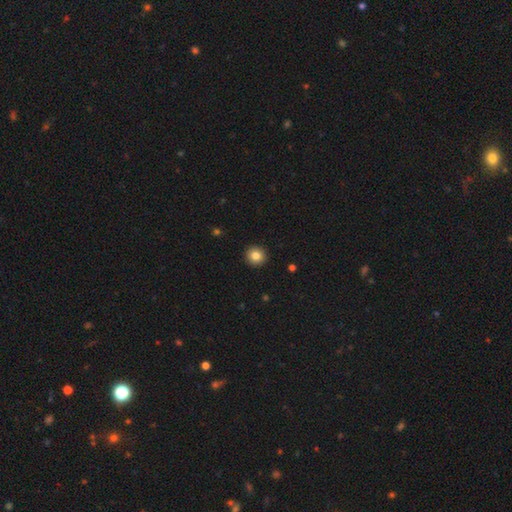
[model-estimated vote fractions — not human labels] A smooth galaxy with no disk features (84%) that is round (95%). Merging: none (93%).